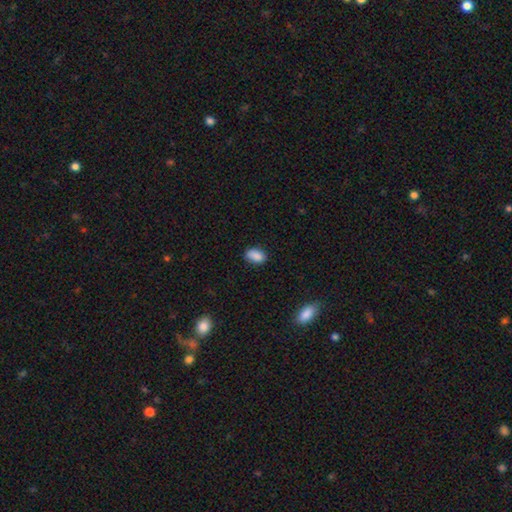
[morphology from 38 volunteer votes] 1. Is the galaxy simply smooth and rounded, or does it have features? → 87% smooth, 8% featured or disk, 5% star or artifact.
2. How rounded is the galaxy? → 94% in between, 6% round, 0% cigar-shaped.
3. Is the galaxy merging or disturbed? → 78% none, 14% minor disturbance, 8% major disturbance, 0% merger.